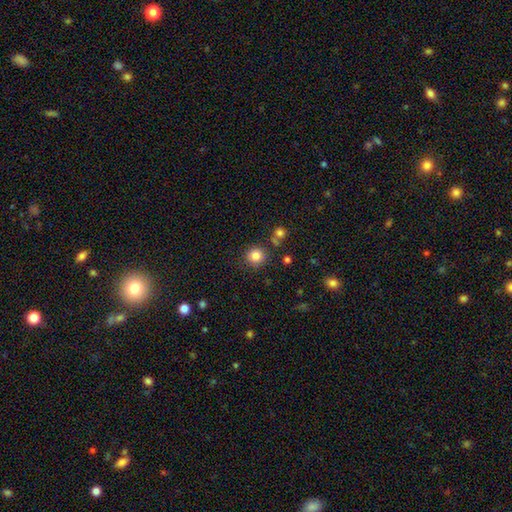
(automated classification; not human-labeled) Q: Smooth or featured?
A: smooth (83%); runner-up: star or artifact (11%)
Q: How rounded?
A: round (92%); runner-up: in between (7%)
Q: Merging?
A: none (83%); runner-up: minor disturbance (9%)